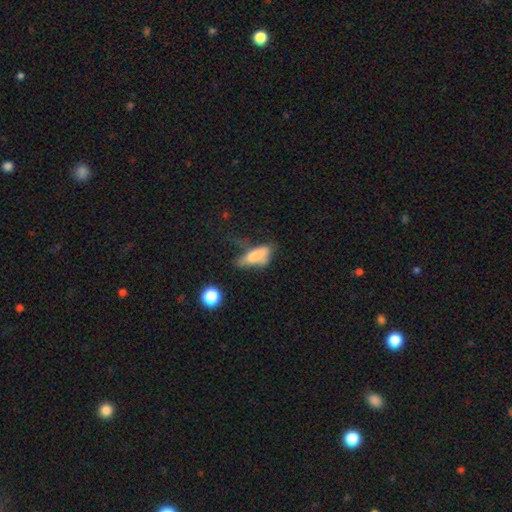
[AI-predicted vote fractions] Overall: smooth (68%). How rounded: in between (62%; cigar-shaped 34%). Merging: minor disturbance (31%; none 30%).